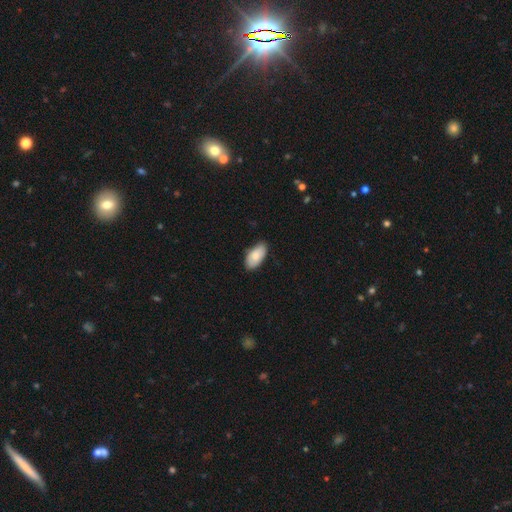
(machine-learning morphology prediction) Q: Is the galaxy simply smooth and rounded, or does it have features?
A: smooth — 81%.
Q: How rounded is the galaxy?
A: in between — 95%.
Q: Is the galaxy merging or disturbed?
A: none — 81%.